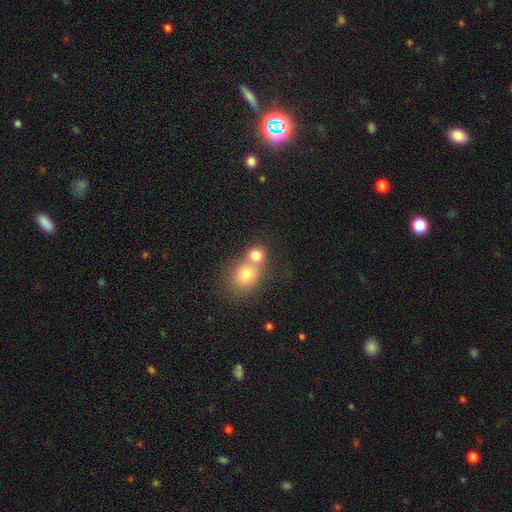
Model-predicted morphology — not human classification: A smooth galaxy with no disk features (77%) that is round (72%).

Vote fractions:
- Smooth or featured? smooth: 77% / featured or disk: 12% / star or artifact: 11%
- How rounded? round: 72% / in between: 27% / cigar-shaped: 1%
- Merging? merger: 62% / none: 29% / minor disturbance: 6% / major disturbance: 3%